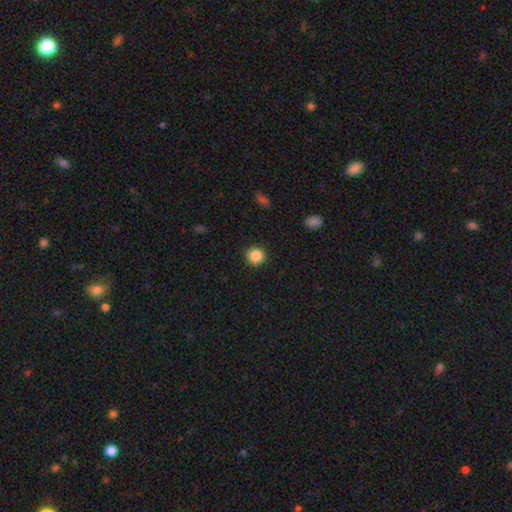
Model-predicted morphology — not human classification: smooth-or-featured: smooth: 85% | star or artifact: 10% | featured or disk: 4%
  how-rounded: round: 92% | in between: 7% | cigar-shaped: 1%
  merging: none: 90% | minor disturbance: 7% | major disturbance: 2% | merger: 1%